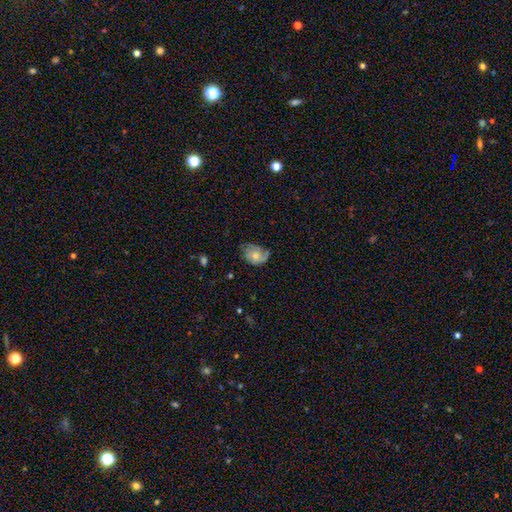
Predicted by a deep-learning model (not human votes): smooth-or-featured: smooth: 46% (tied) | featured or disk: 46% (tied) | star or artifact: 8%
  merging: none: 48% | minor disturbance: 34% | major disturbance: 15% | merger: 2%